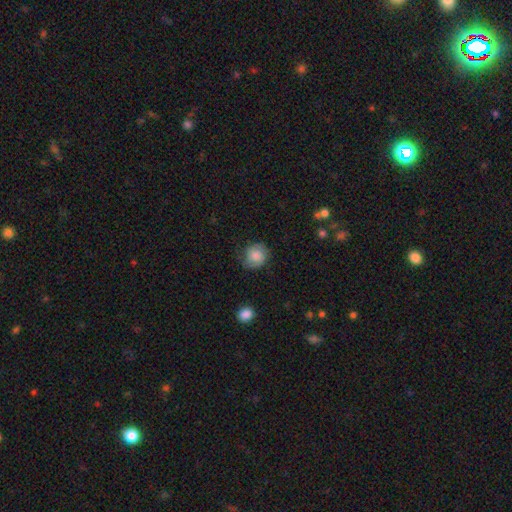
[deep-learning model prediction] Morphology: type=smooth (79%); roundness=round (82%); merging=none (68%).